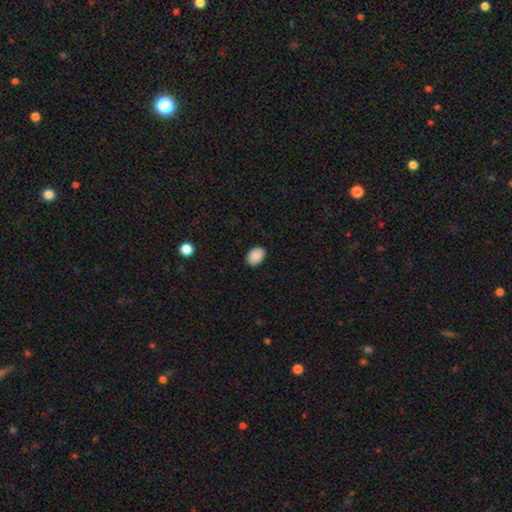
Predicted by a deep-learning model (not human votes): The model was most divided on "how rounded": in between: 77%, round: 22%, cigar-shaped: 1%. More confident: smooth or featured — smooth (88%); merging — none (85%).